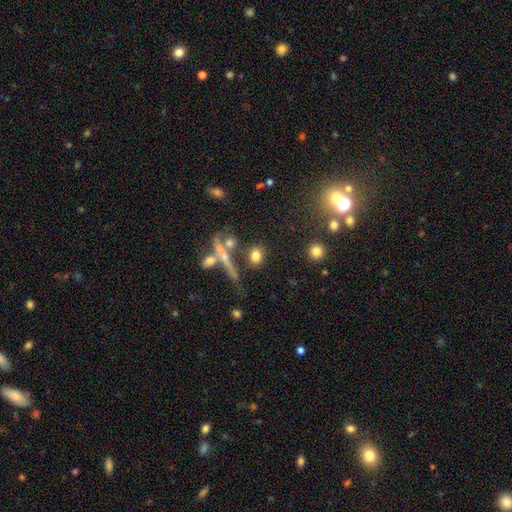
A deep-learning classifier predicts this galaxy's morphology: This appears to be a smooth galaxy with no disk features (74%) that is round (64%). Merging: none (73%).